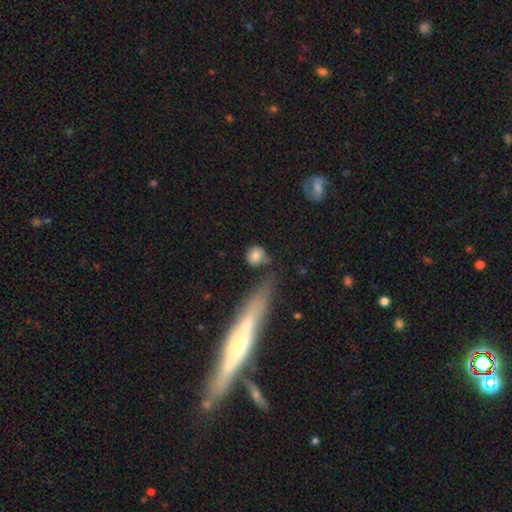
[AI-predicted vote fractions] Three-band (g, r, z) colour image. It shows a smooth galaxy with no disk features (80%) that is round (75%). Merging: none (57%).